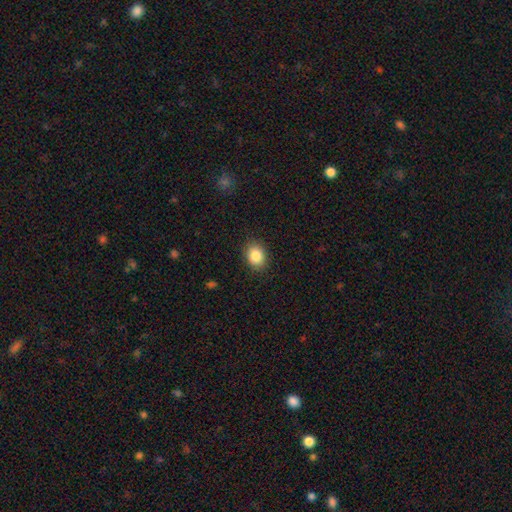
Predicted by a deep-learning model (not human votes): Morphology: type=smooth (86%); roundness=in between (52%); merging=none (88%).